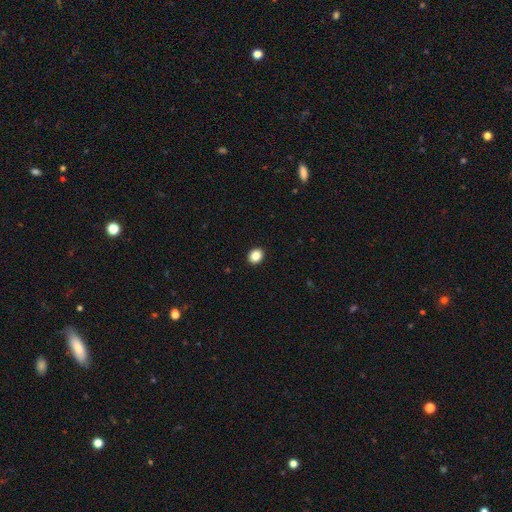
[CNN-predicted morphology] Smooth or featured? Predicted: smooth (p=0.86). How rounded? Predicted: round (p=0.67). Merging? Predicted: none (p=0.93).